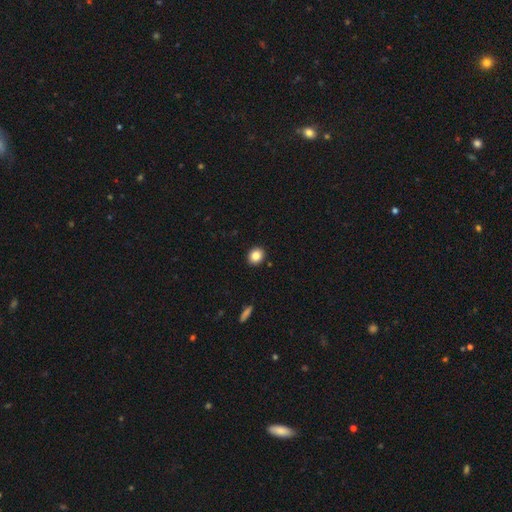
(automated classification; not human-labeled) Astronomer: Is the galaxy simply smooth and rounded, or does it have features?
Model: smooth — 84%.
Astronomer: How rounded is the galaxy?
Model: round — 75%.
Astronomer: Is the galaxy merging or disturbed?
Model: none — 92%.